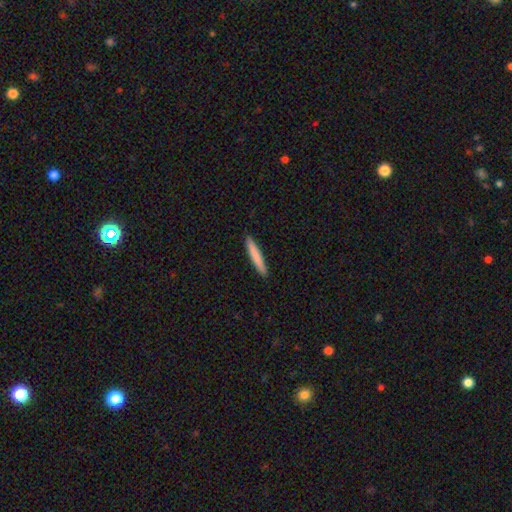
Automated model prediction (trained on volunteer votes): Smooth or featured? smooth (80%)
How rounded? cigar-shaped (95%)
Merging? none (92%)